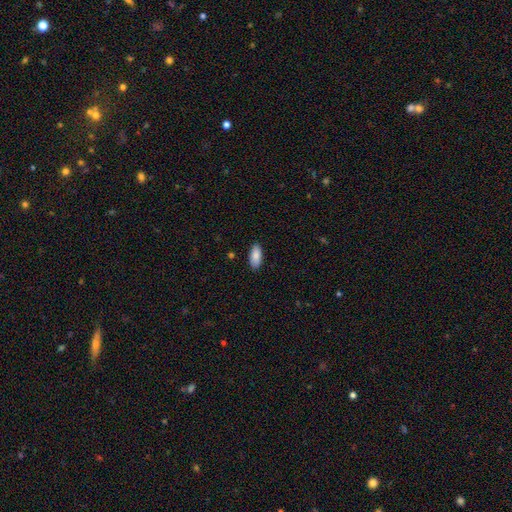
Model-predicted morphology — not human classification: Q: Smooth or featured?
A: smooth (88%); runner-up: featured or disk (6%)
Q: How rounded?
A: in between (87%); runner-up: cigar-shaped (11%)
Q: Merging?
A: none (88%); runner-up: minor disturbance (9%)